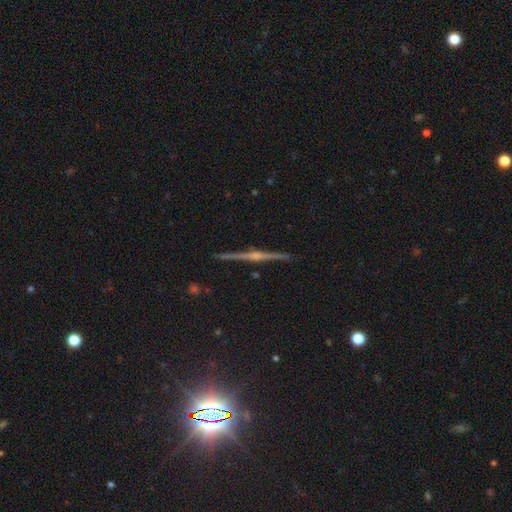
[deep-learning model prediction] Q: Smooth or featured?
A: featured or disk (68%); runner-up: star or artifact (22%)
Q: Edge-on disk?
A: yes (96%); runner-up: no (4%)
Q: Edge-on bulge?
A: rounded (78%); runner-up: none (12%)
Q: Merging?
A: none (88%); runner-up: minor disturbance (8%)